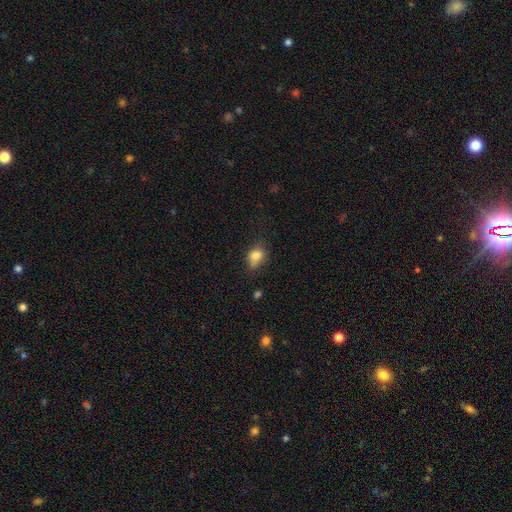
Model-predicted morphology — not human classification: Q: Smooth or featured?
A: smooth (77%); runner-up: featured or disk (13%)
Q: How rounded?
A: in between (62%); runner-up: round (36%)
Q: Merging?
A: none (50%); runner-up: minor disturbance (33%)